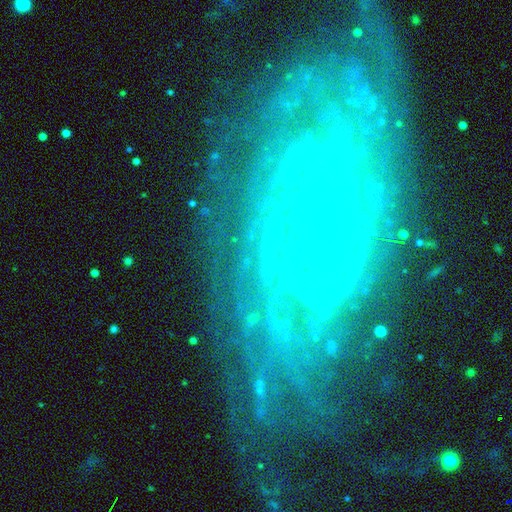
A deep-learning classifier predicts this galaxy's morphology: Smooth or featured? featured or disk (85%)
Edge-on disk? no (95%)
Bar? no (68%)
Spiral arms? yes (96%)
Spiral winding? tight (74%)
Spiral arm count? can't tell (32%)
Bulge size? small (83%)
Merging? none (68%)